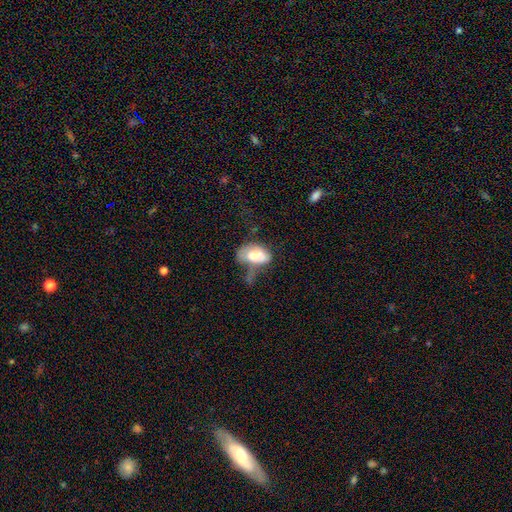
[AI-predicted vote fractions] A smooth galaxy with no disk features (67%) that is in between round and cigar-shaped (90%). Merging: major disturbance (39%).